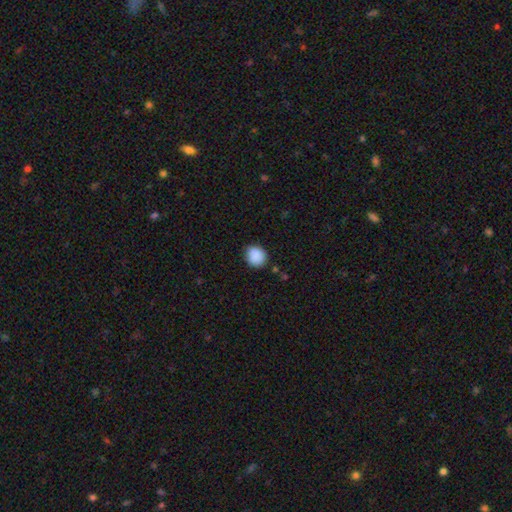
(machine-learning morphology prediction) smooth_or_featured: smooth (p=0.89) [alt: star or artifact p=0.08]
how_rounded: round (p=0.77) [alt: in between p=0.22]
merging: none (p=0.83) [alt: minor disturbance p=0.13]